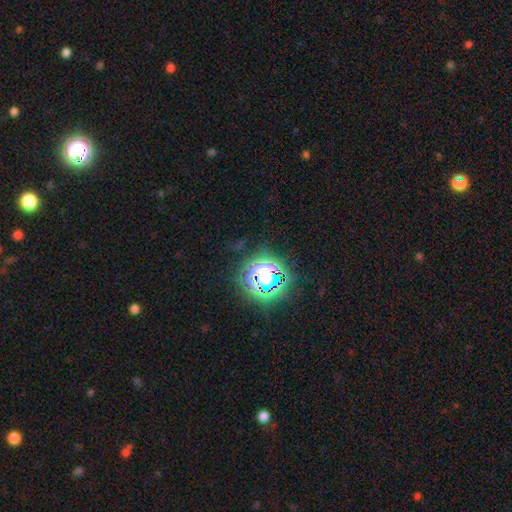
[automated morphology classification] Smooth or featured: star or artifact — 82% (smooth — 11%)